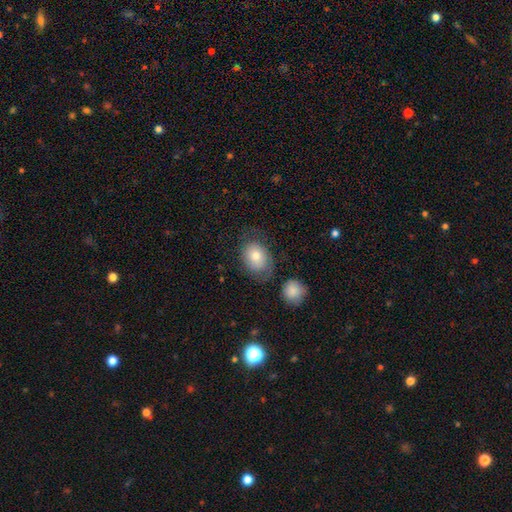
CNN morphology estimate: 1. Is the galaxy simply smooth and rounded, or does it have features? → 75% smooth, 17% featured or disk, 8% star or artifact.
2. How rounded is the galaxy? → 61% in between, 38% round, 1% cigar-shaped.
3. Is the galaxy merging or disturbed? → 59% none, 22% minor disturbance, 11% major disturbance, 8% merger.